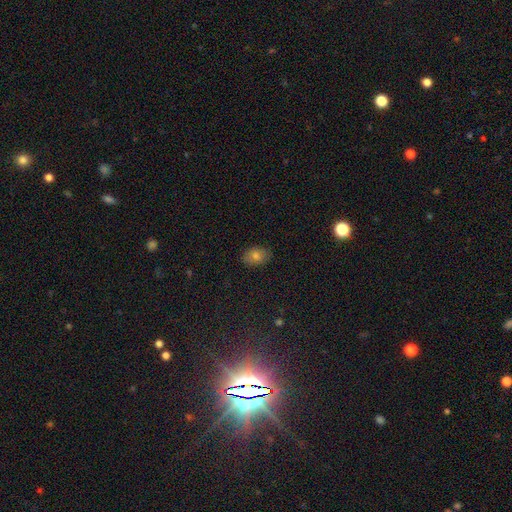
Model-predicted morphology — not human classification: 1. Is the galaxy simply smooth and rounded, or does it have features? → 74% smooth, 13% star or artifact, 13% featured or disk.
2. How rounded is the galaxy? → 82% in between, 17% round, 1% cigar-shaped.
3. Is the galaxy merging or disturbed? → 86% none, 11% minor disturbance, 2% major disturbance, 1% merger.